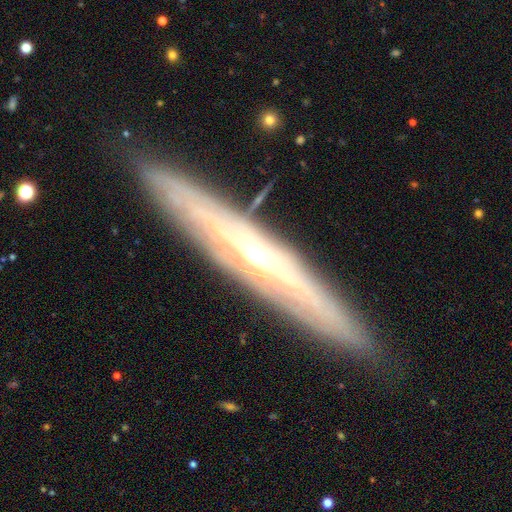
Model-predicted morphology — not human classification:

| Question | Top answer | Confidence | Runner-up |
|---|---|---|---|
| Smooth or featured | featured or disk | 78% | smooth (15%) |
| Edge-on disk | yes | 82% | no (18%) |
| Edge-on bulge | rounded | 71% | none (26%) |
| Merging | none | 88% | minor disturbance (9%) |